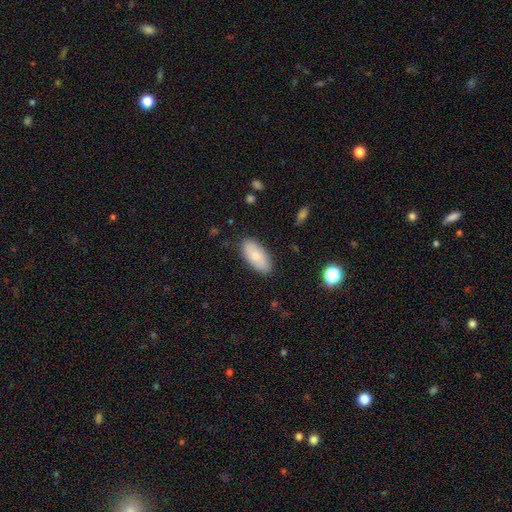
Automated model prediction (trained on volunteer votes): smooth 75%, featured or disk 19%, star or artifact 6%. Down the decision tree: how rounded — in between (90%); merging — none (85%).